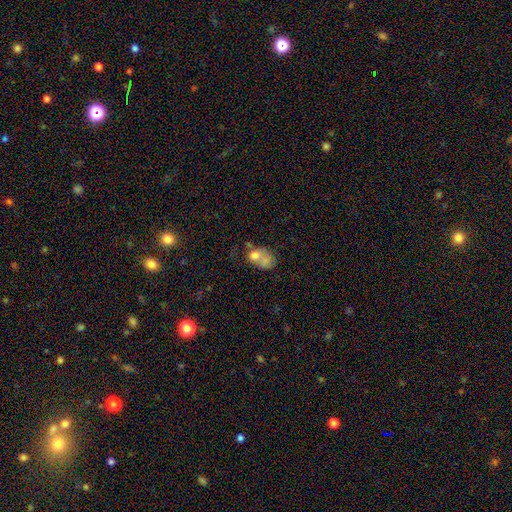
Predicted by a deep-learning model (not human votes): This appears to be a smooth galaxy with no disk features (64%) that is in between round and cigar-shaped (52%). Merging: merger (56%).